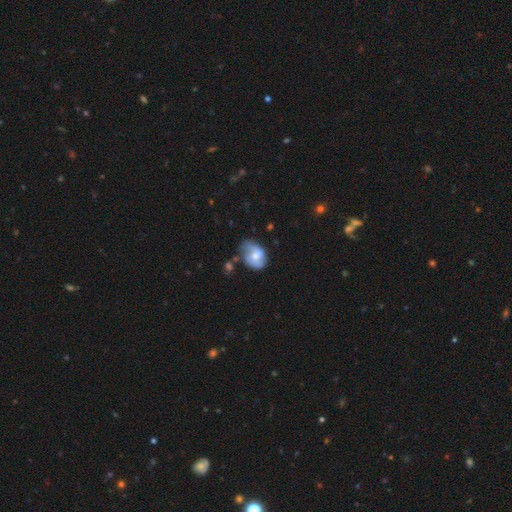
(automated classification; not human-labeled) Smooth or featured? Predicted: featured or disk (p=0.56). Edge-on disk? Predicted: no (p=0.97). Bar? Predicted: no (p=0.44, tied with weak). Spiral arms? Predicted: yes (p=0.76). Bulge size? Predicted: moderate (p=0.48). Merging? Predicted: none (p=0.44).